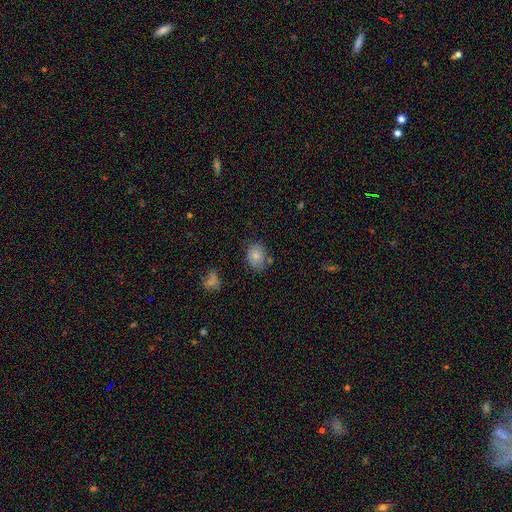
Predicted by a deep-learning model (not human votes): This appears to be a smooth galaxy with no disk features (80%) that is in between round and cigar-shaped (53%). Merging: none (71%).